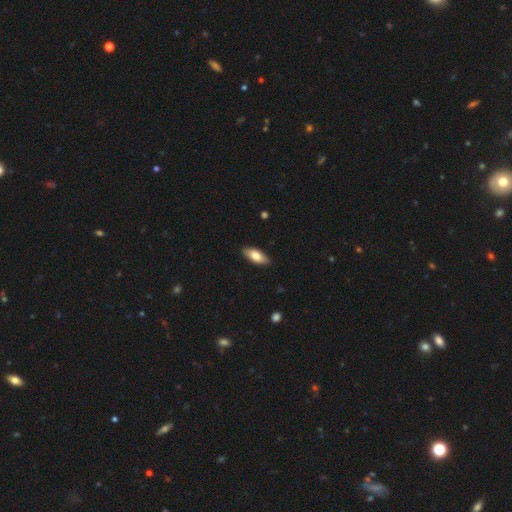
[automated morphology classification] Smooth or featured: smooth — 80% (featured or disk — 14%)
How rounded: in between — 82% (cigar-shaped — 15%)
Merging: none — 87% (minor disturbance — 10%)